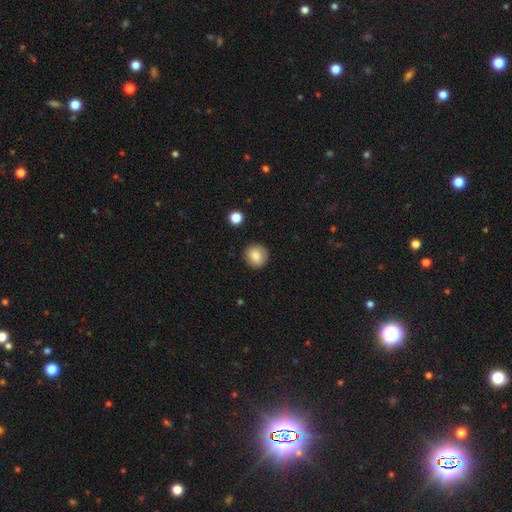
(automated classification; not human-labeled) Smooth or featured? smooth (85%)
How rounded? round (89%)
Merging? none (88%)